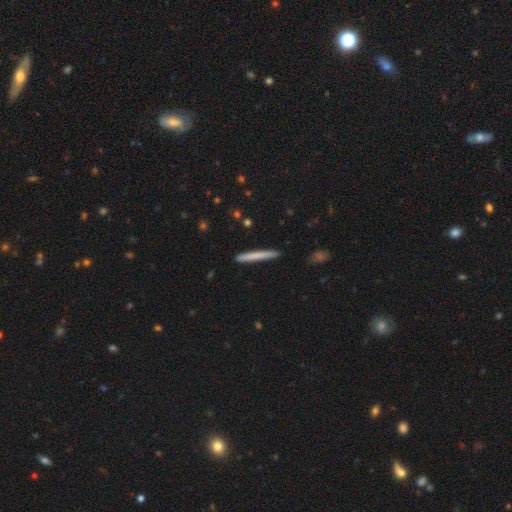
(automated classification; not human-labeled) Overall: smooth (70%). How rounded: cigar-shaped (97%). Merging: none (91%).